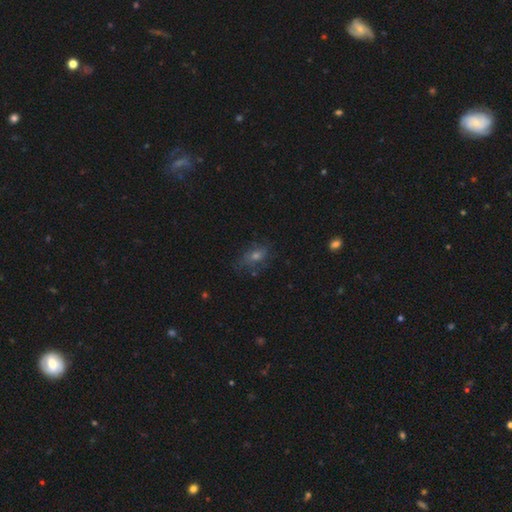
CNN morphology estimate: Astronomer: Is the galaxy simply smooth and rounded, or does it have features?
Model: smooth — 46% (runner-up: star or artifact, 28%).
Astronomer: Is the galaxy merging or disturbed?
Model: none — 68%.